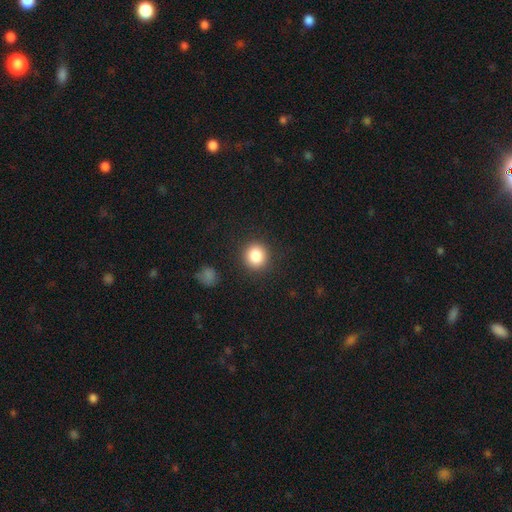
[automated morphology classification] Overall: smooth (85%). How rounded: round (89%). Merging: none (89%).